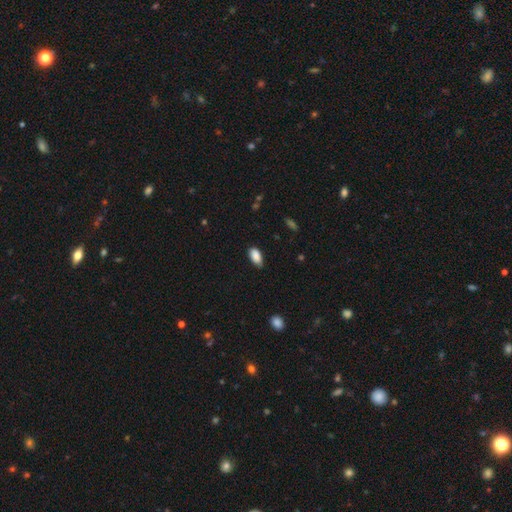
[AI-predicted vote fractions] This appears to be a smooth galaxy with no disk features (88%) that is in between round and cigar-shaped (93%). Merging: none (74%).